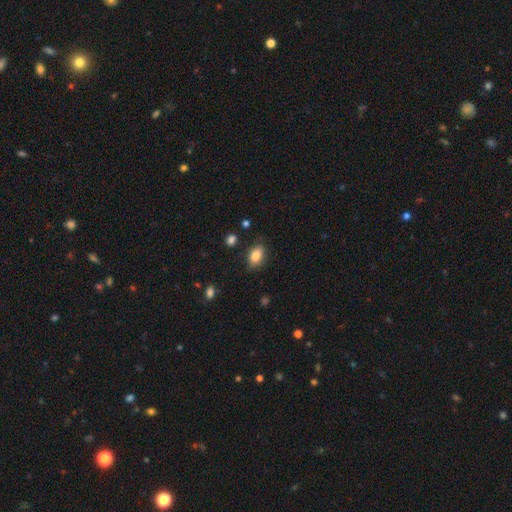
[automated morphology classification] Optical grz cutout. It shows a smooth galaxy with no disk features (84%) that is in between round and cigar-shaped (83%). Merging: none (81%).